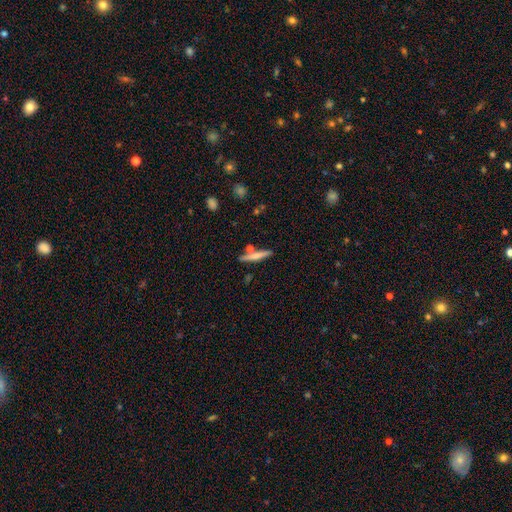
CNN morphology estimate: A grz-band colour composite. It shows a smooth galaxy with no disk features (60%) that is cigar-shaped (91%). Merging: none (76%).